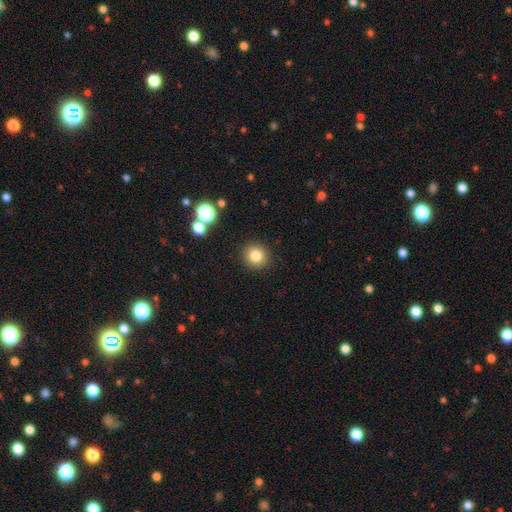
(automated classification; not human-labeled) A smooth galaxy with no disk features (81%) that is round (92%).

Vote fractions:
- Smooth or featured? smooth: 81% / star or artifact: 12% / featured or disk: 7%
- How rounded? round: 92% / in between: 7% / cigar-shaped: 1%
- Merging? none: 90% / minor disturbance: 6% / merger: 2% / major disturbance: 2%